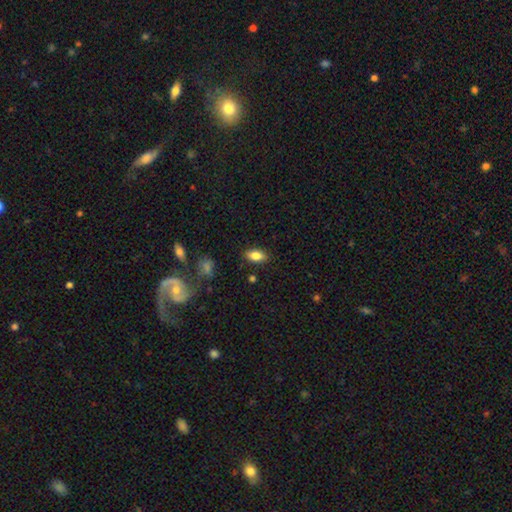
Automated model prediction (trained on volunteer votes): Smooth or featured: smooth — 83% (featured or disk — 9%)
How rounded: in between — 90% (cigar-shaped — 5%)
Merging: none — 87% (minor disturbance — 10%)